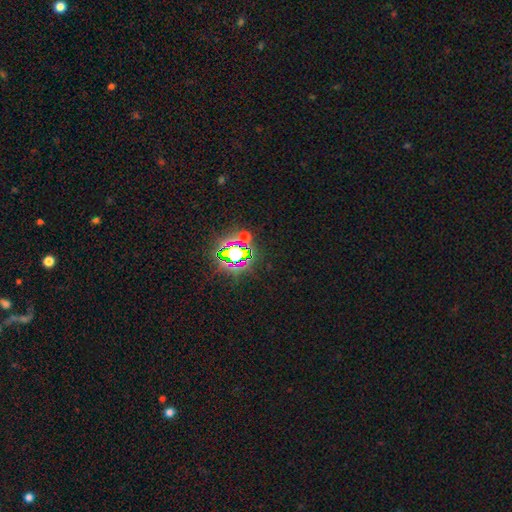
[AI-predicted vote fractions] Smooth or featured? Predicted: star or artifact (p=0.81).